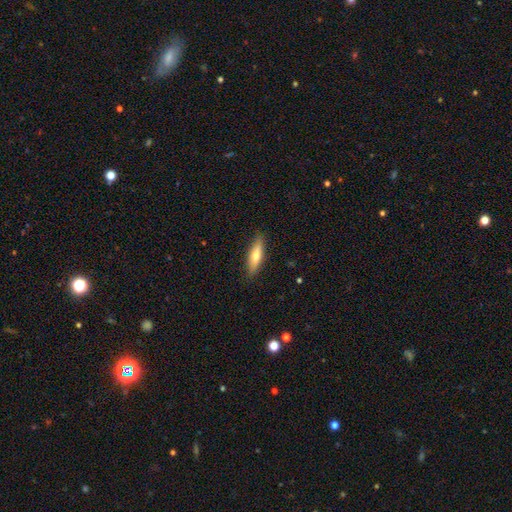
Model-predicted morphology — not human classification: Smooth or featured? smooth (63%)
How rounded? cigar-shaped (64%)
Merging? none (87%)